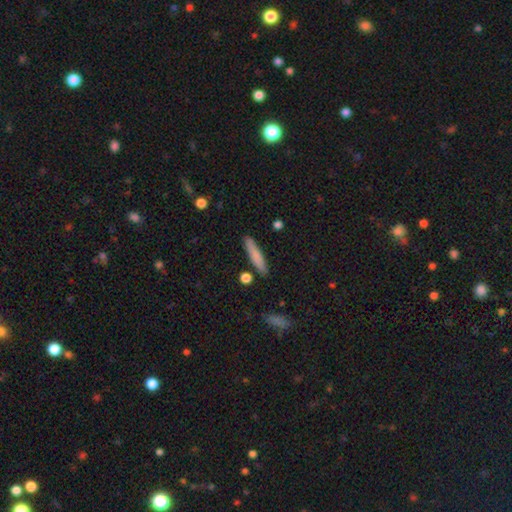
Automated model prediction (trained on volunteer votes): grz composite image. It shows a smooth galaxy with no disk features (79%) that is cigar-shaped (89%). Merging: none (86%).